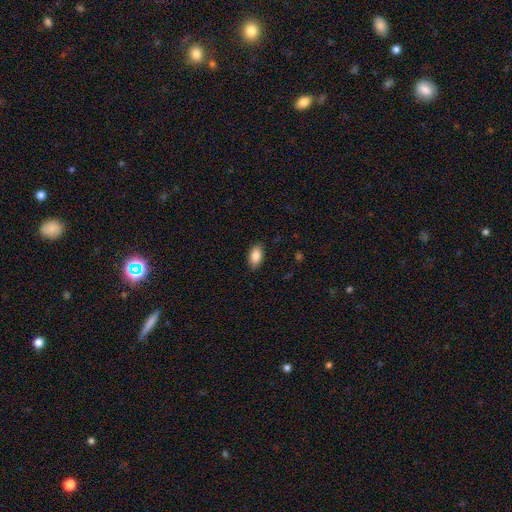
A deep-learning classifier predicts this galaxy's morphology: The model was most divided on "merging": none: 86%, minor disturbance: 10%, major disturbance: 2%, merger: 1%. More confident: how rounded — in between (92%); smooth or featured — smooth (86%).